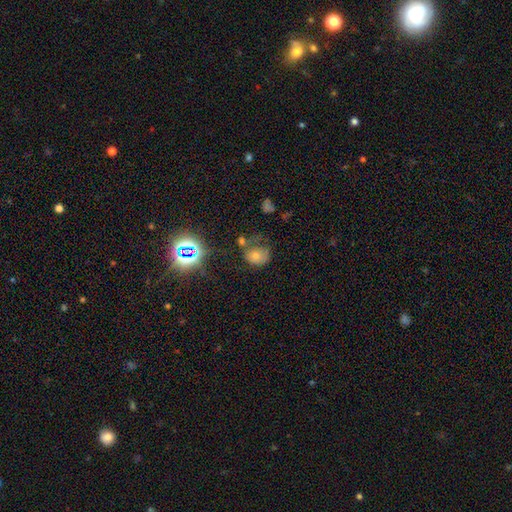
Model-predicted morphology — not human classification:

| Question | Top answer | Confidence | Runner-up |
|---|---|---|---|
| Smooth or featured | smooth | 50% | star or artifact (31%) |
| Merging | none | 45% | minor disturbance (25%) |